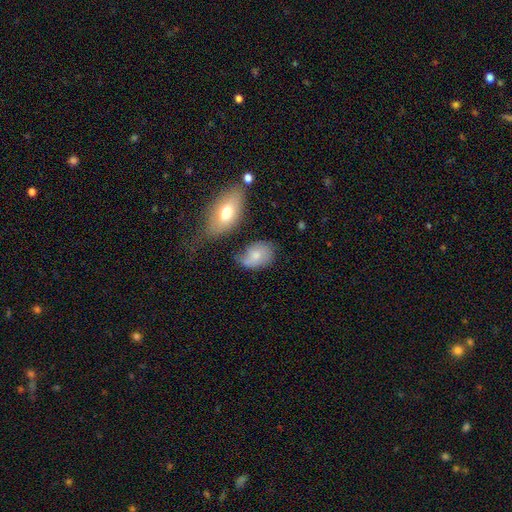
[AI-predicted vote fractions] This is likely a smooth galaxy (69%). How rounded: likely in between (77%). Merging: marginally none (42%).